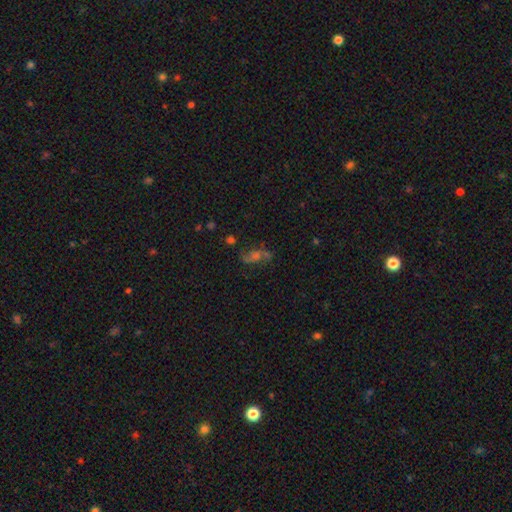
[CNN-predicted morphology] Q: Smooth or featured?
A: featured or disk (51%); runner-up: star or artifact (26%)
Q: Edge-on disk?
A: no (91%); runner-up: yes (9%)
Q: Merging?
A: none (60%); runner-up: minor disturbance (17%)